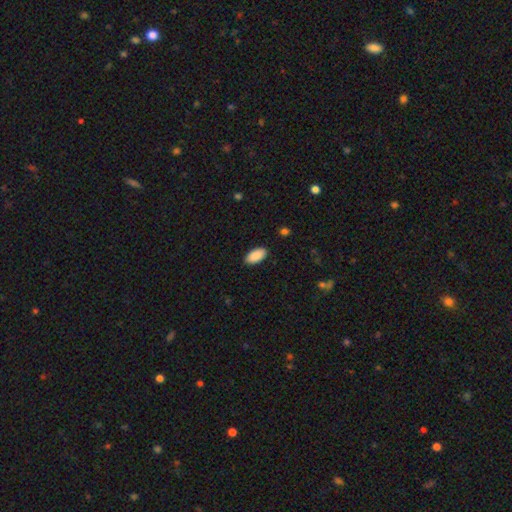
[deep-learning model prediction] Smooth or featured? smooth (90%)
How rounded? in between (95%)
Merging? none (89%)